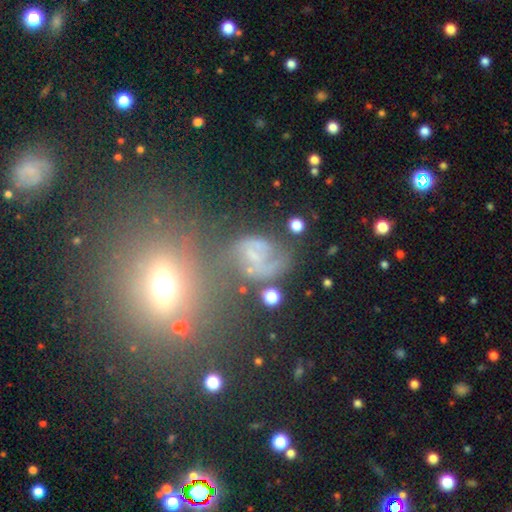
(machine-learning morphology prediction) Overall: featured or disk (60%; smooth 22%). Edge-on disk: no (97%). Bar: no (57%; weak 31%). Spiral arms: yes (69%; no 31%). Bulge size: none (42%; small 38%). Merging: none (38%; major disturbance 29%).